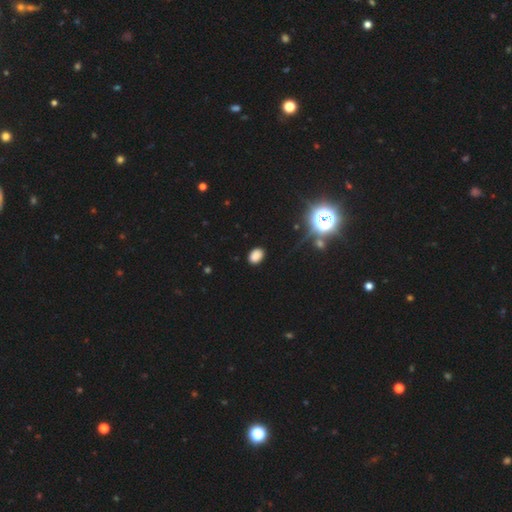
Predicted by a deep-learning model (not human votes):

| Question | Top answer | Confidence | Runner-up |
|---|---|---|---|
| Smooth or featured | smooth | 81% | star or artifact (15%) |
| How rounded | in between | 77% | round (22%) |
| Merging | none | 87% | minor disturbance (9%) |